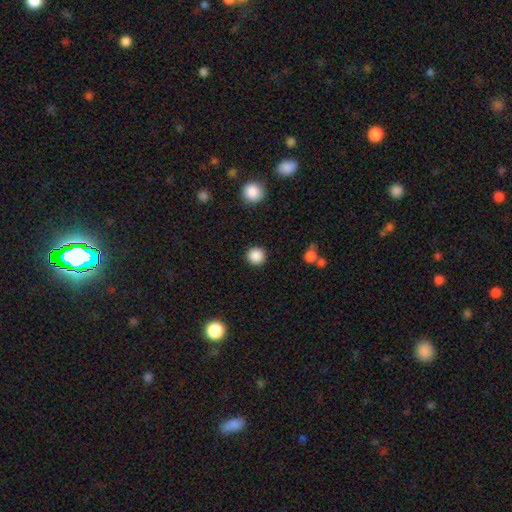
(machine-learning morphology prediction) type=smooth (87%); roundness=round (95%); merging=none (91%).